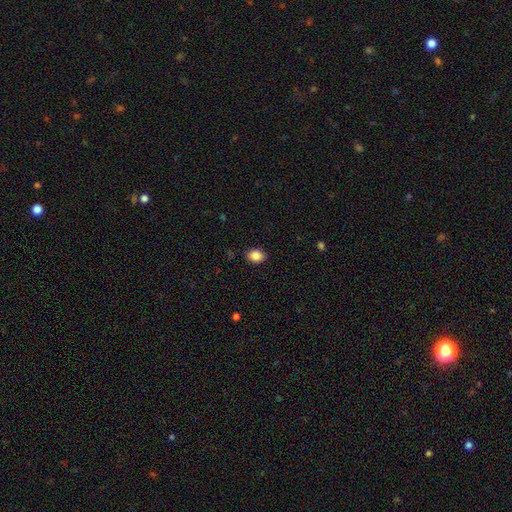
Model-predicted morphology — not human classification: Smooth or featured? Predicted: smooth (p=0.87). How rounded? Predicted: in between (p=0.67). Merging? Predicted: none (p=0.89).